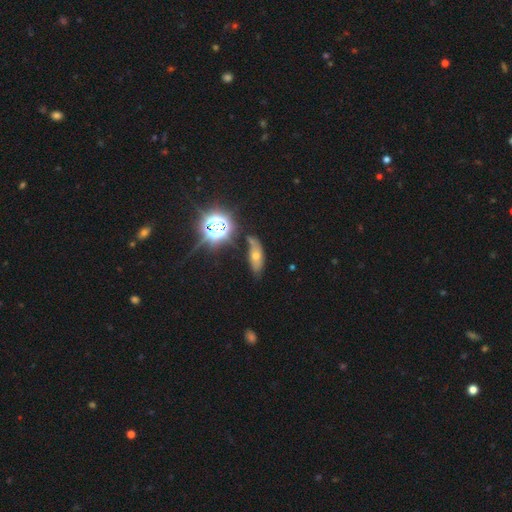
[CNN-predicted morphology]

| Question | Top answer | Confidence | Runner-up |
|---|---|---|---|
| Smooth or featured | star or artifact | 36% | smooth (33%) |